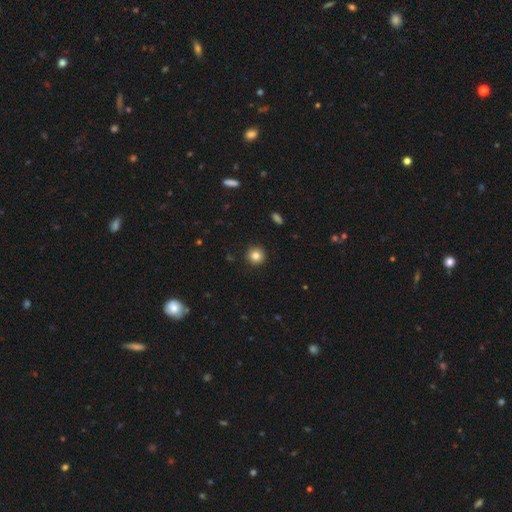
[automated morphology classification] Smooth or featured?
  - smooth: 83% *
  - star or artifact: 11%
  - featured or disk: 6%
How rounded?
  - round: 95% *
  - in between: 4%
  - cigar-shaped: 1%
Merging?
  - none: 92% *
  - minor disturbance: 5%
  - major disturbance: 2%
  - merger: 1%